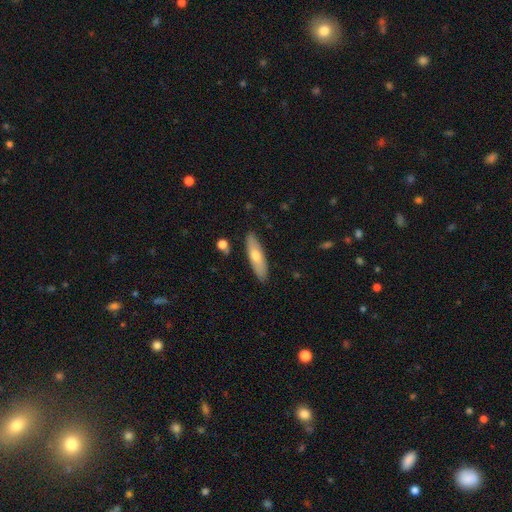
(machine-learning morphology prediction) Smooth or featured?
  - smooth: 64% *
  - featured or disk: 30%
  - star or artifact: 6%
How rounded?
  - cigar-shaped: 61% *
  - in between: 37%
  - round: 2%
Merging?
  - none: 87% *
  - minor disturbance: 9%
  - major disturbance: 2%
  - merger: 2%